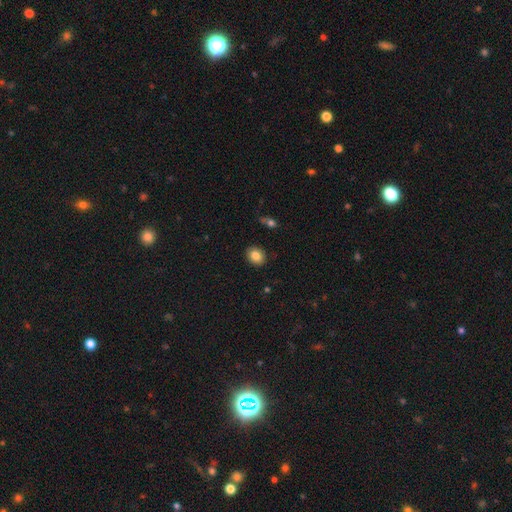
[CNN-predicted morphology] smooth 84%, star or artifact 9%, featured or disk 7%. Down the decision tree: how rounded — round (58%); merging — none (89%).